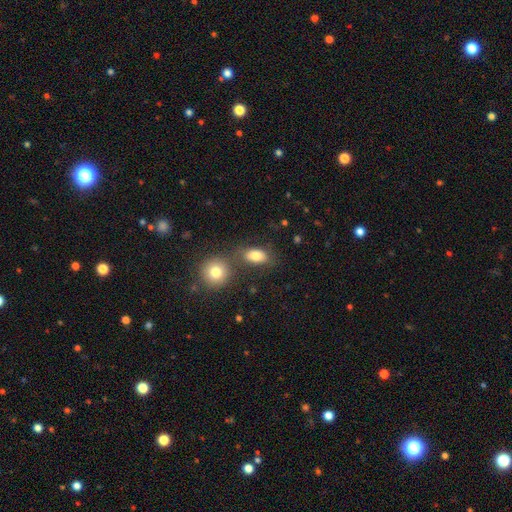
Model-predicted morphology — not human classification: type=smooth (81%); roundness=in between (86%); merging=none (61%).